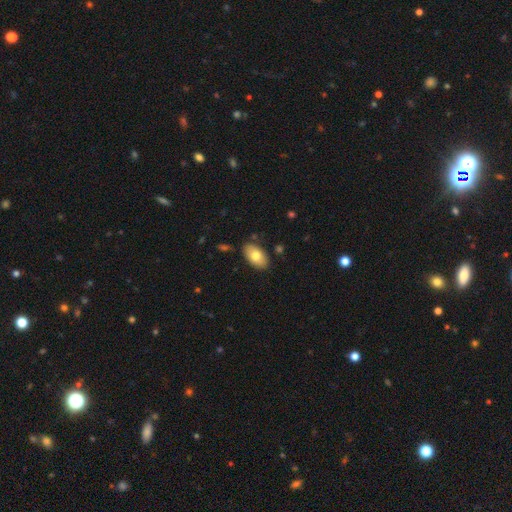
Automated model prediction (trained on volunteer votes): This appears to be a smooth galaxy with no disk features (76%) that is in between round and cigar-shaped (94%). Merging: none (85%).